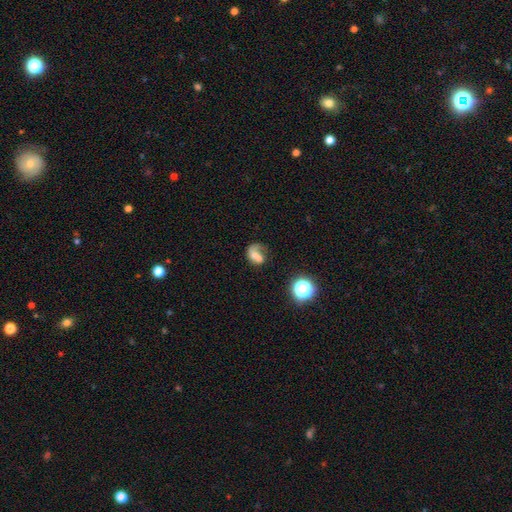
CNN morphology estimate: Smooth or featured? Predicted: smooth (p=0.47). Merging? Predicted: major disturbance (p=0.31).